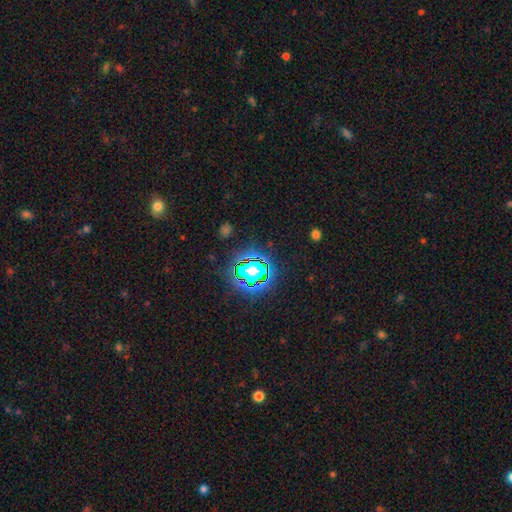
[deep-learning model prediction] Morphology: type=star or artifact (83%).